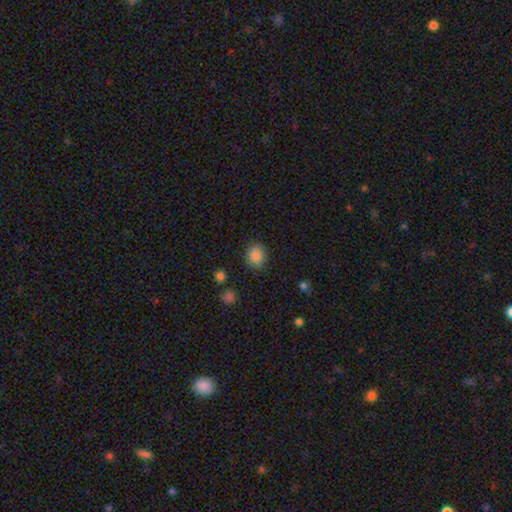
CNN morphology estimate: This appears to be a smooth galaxy with no disk features (85%) that is round (76%). Merging: none (87%).